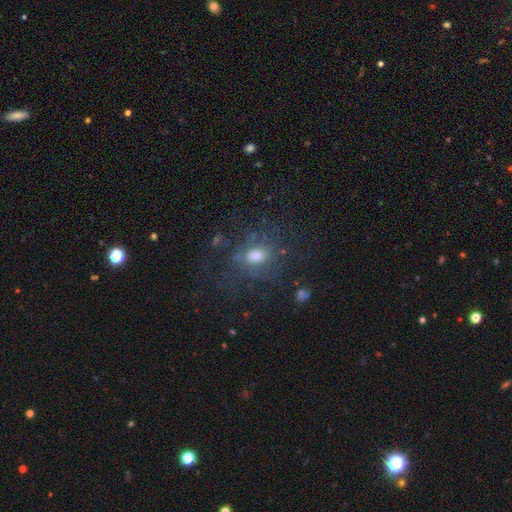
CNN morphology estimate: Overall: smooth (44%; featured or disk 39%). Merging: none (61%).